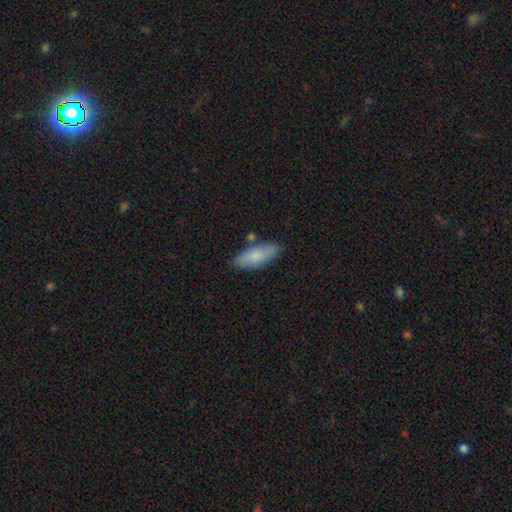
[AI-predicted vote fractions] Overall: smooth (80%). How rounded: in between (76%). Merging: none (80%).